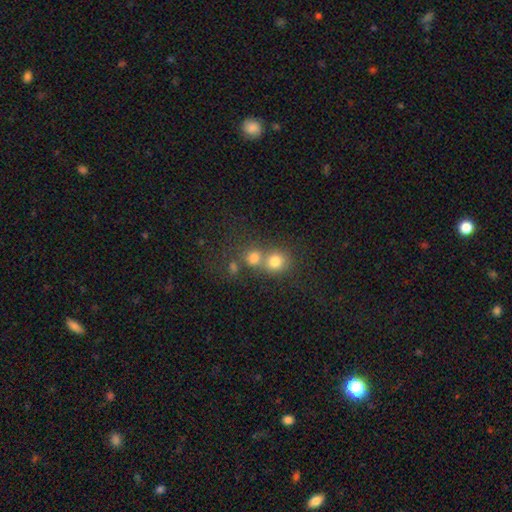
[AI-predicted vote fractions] Smooth or featured? smooth (63%)
How rounded? round (86%)
Merging? merger (47%)